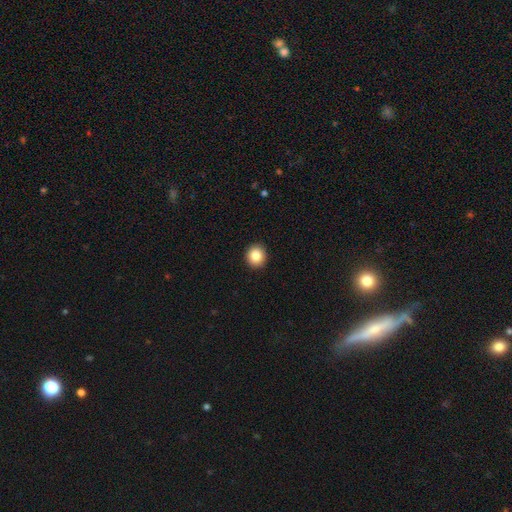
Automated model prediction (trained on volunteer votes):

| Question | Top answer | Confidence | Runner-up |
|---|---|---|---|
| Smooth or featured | smooth | 85% | star or artifact (9%) |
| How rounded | round | 88% | in between (11%) |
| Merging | none | 93% | minor disturbance (5%) |